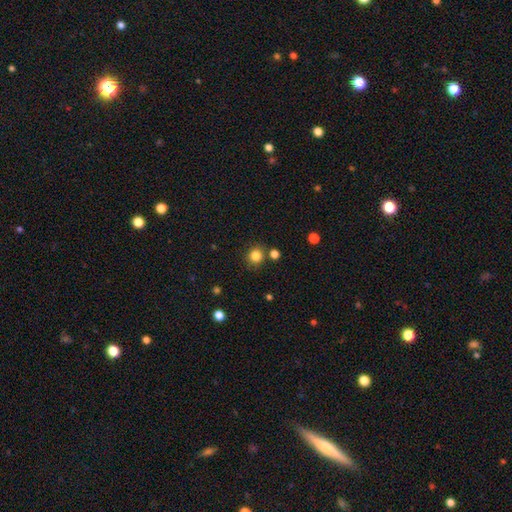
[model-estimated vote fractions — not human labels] smooth 83%, star or artifact 12%, featured or disk 4%. Down the decision tree: how rounded — round (88%); merging — none (82%).